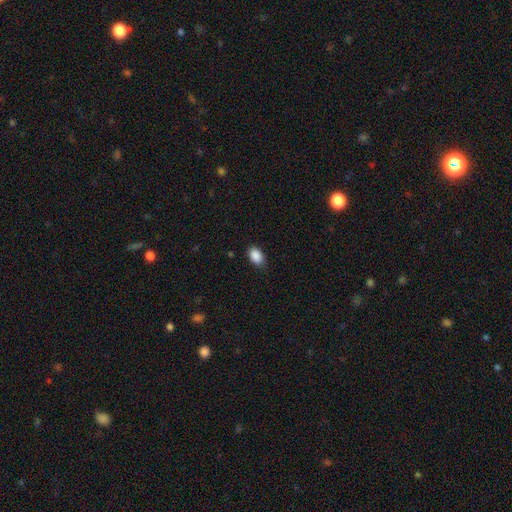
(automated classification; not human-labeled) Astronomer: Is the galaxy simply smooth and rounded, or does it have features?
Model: smooth — 89%.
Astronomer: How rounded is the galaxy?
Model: in between — 88%.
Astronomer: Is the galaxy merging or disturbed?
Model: none — 81%.